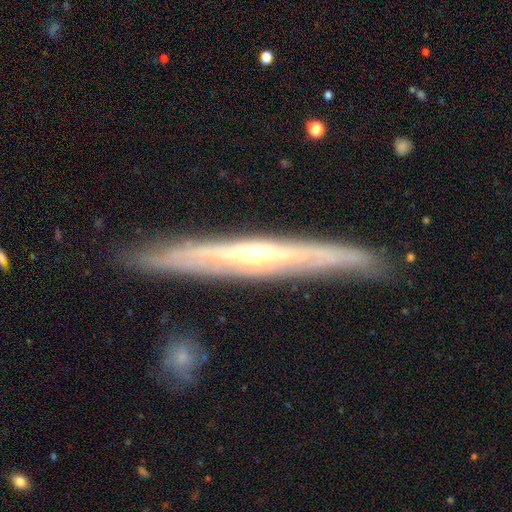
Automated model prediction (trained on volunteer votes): featured or disk 82%, smooth 13%, star or artifact 6%. Down the decision tree: edge-on disk — yes (86%); edge-on bulge — rounded (69%); merging — none (86%).